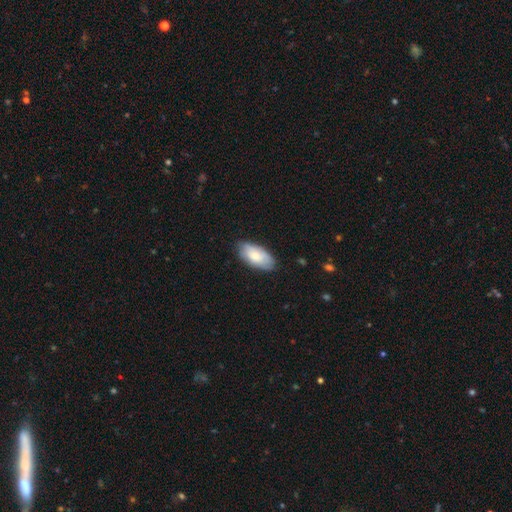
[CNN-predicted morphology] Smooth or featured?
  - smooth: 74% *
  - featured or disk: 20%
  - star or artifact: 6%
How rounded?
  - in between: 93% *
  - cigar-shaped: 4%
  - round: 2%
Merging?
  - none: 74% *
  - minor disturbance: 21%
  - major disturbance: 3%
  - merger: 1%